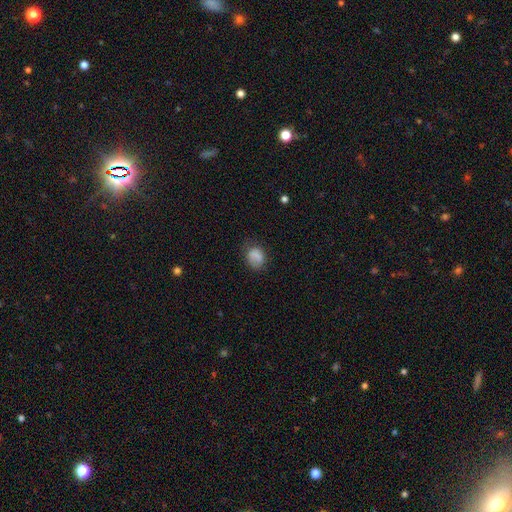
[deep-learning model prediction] Smooth or featured? smooth (80%)
How rounded? in between (55%)
Merging? none (59%)